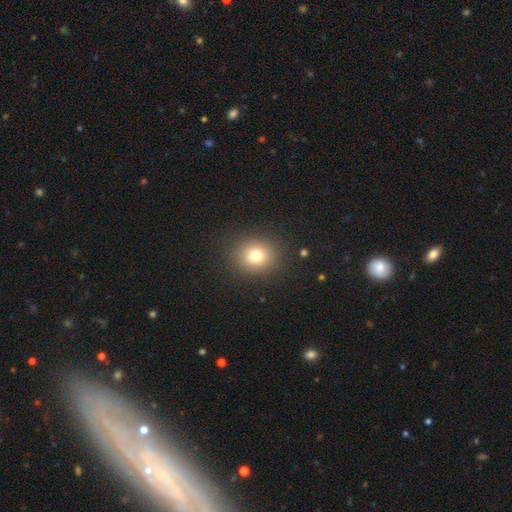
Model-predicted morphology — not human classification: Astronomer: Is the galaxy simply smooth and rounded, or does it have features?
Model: smooth — 77%.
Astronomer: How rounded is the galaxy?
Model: round — 78%.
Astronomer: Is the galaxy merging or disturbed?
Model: none — 89%.